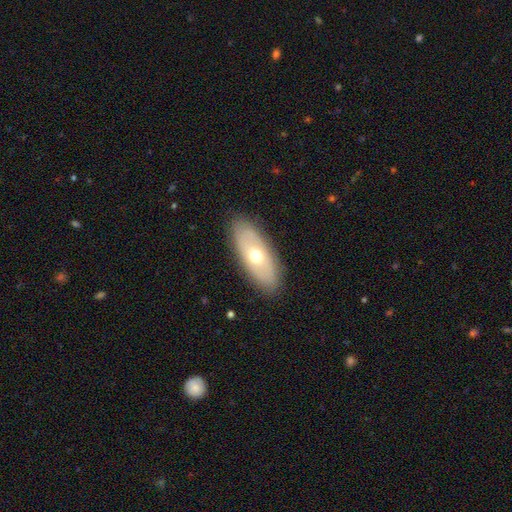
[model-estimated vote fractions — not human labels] This is possibly a smooth galaxy (51%). How rounded: clearly in between (82%). Merging: clearly none (86%).